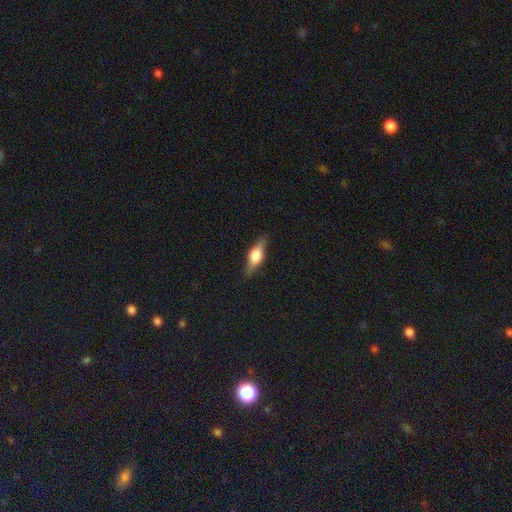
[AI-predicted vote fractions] Smooth or featured? featured or disk (54%)
Edge-on disk? yes (94%)
Edge-on bulge? rounded (89%)
Merging? none (85%)